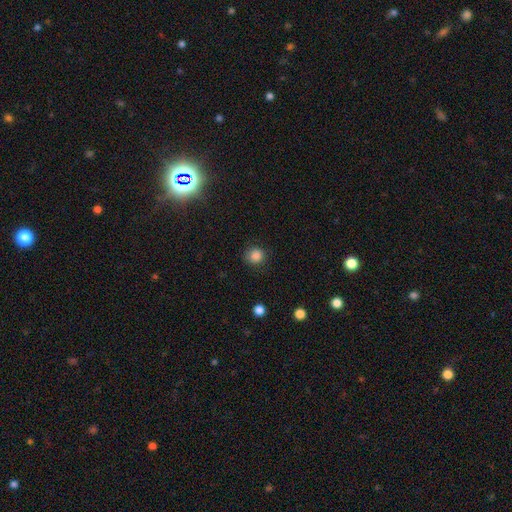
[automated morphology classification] Smooth or featured? Predicted: smooth (p=0.84). How rounded? Predicted: round (p=0.88). Merging? Predicted: none (p=0.83).